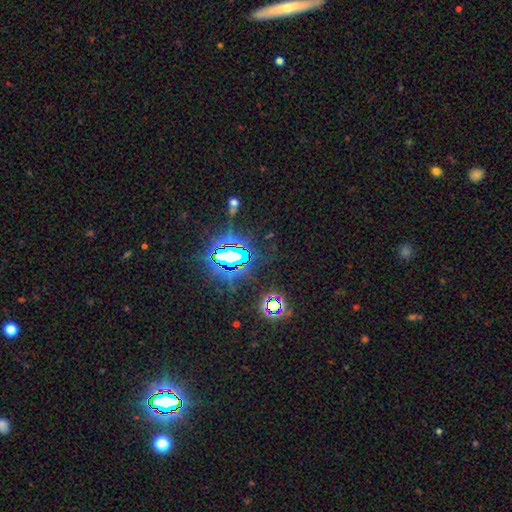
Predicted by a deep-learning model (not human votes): star or artifact 82%, smooth 10%, featured or disk 7%.